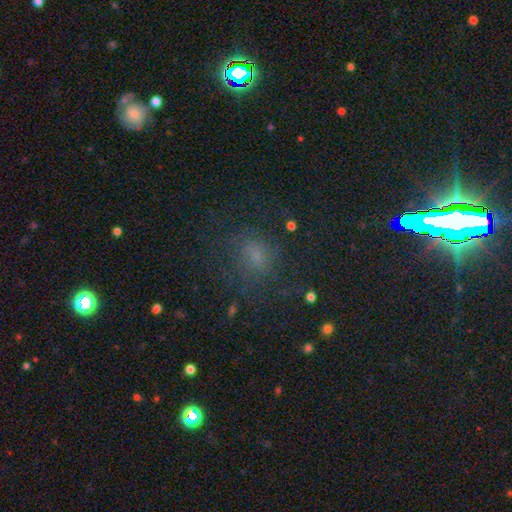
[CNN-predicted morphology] The model was most divided on "how rounded": round: 59%, in between: 39%, cigar-shaped: 2%. More confident: merging — none (65%); smooth or featured — smooth (51%).